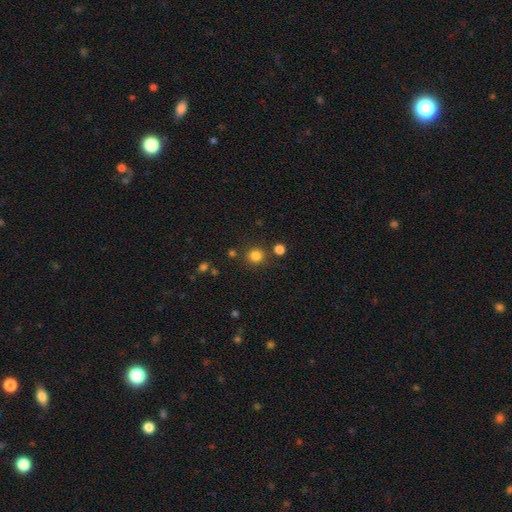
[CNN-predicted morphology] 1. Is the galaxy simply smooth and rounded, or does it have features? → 82% smooth, 13% star or artifact, 4% featured or disk.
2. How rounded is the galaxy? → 89% round, 10% in between, 1% cigar-shaped.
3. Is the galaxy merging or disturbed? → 83% none, 8% minor disturbance, 6% merger, 3% major disturbance.